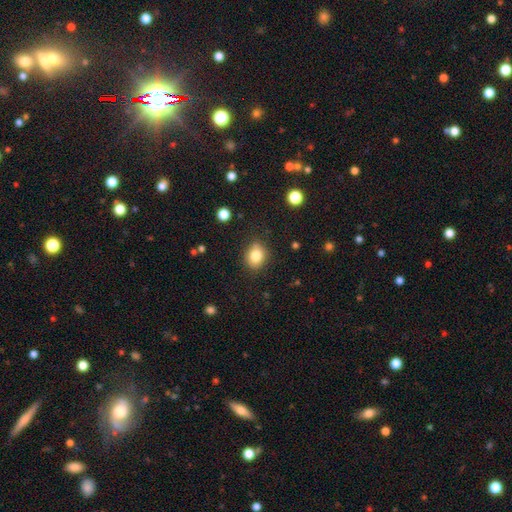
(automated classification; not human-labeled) Smooth or featured? Predicted: smooth (p=0.82). How rounded? Predicted: round (p=0.59). Merging? Predicted: none (p=0.81).